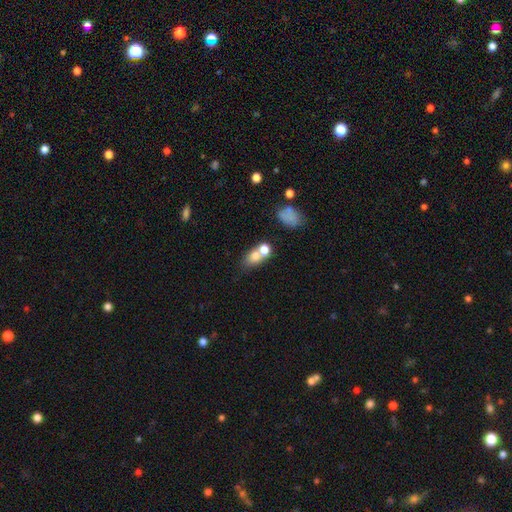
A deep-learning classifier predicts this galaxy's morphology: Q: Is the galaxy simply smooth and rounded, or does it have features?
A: smooth — 71%.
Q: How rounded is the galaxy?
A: in between — 61%.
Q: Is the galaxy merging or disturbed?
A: merger — 47%.